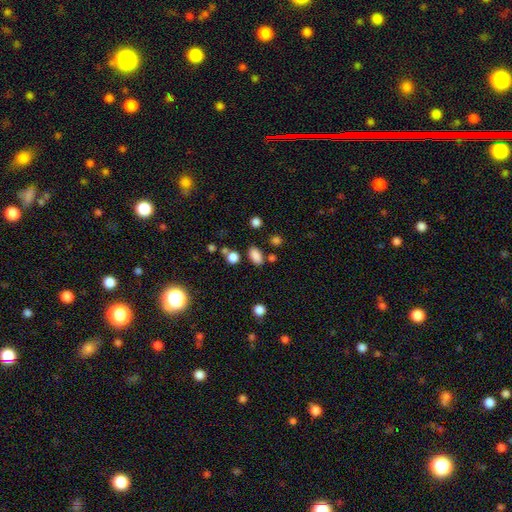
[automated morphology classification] Smooth or featured? Predicted: smooth (p=0.84). How rounded? Predicted: in between (p=0.88). Merging? Predicted: none (p=0.76).